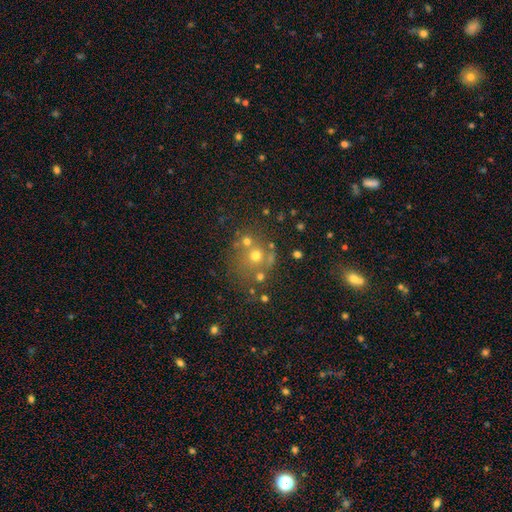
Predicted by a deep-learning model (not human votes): smooth_or_featured: smooth (p=0.57) [alt: star or artifact p=0.24]
how_rounded: round (p=0.82) [alt: in between p=0.17]
merging: none (p=0.57) [alt: merger p=0.25]